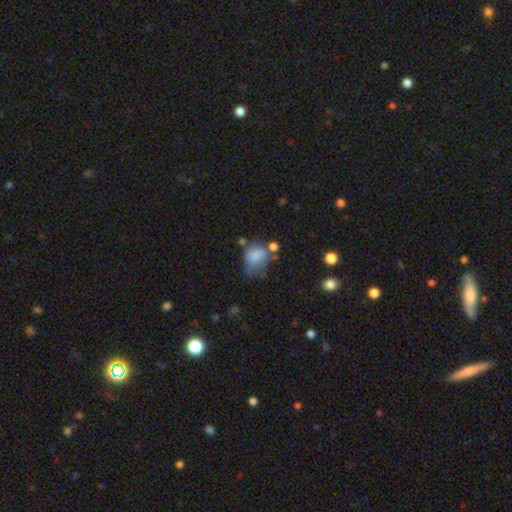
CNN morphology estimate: smooth 72%, featured or disk 17%, star or artifact 11%. Down the decision tree: how rounded — in between (55%); merging — minor disturbance (30%).